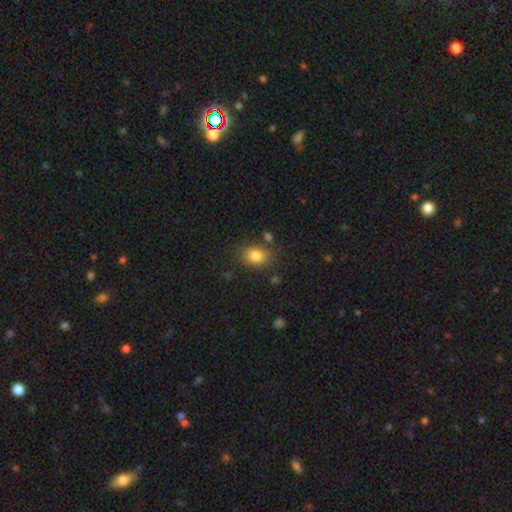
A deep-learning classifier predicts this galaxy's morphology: Smooth or featured: smooth — 83% (star or artifact — 10%)
How rounded: in between — 68% (round — 31%)
Merging: none — 77% (minor disturbance — 14%)